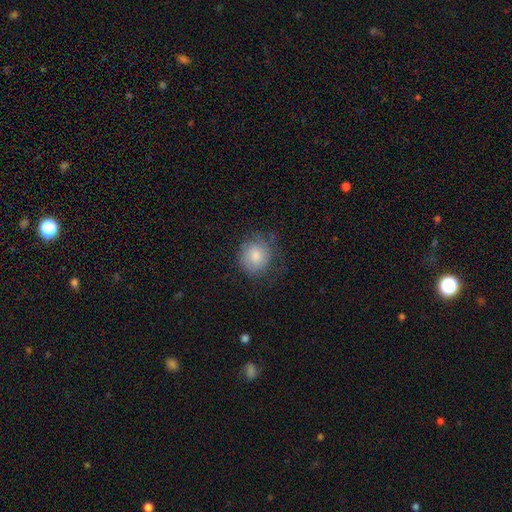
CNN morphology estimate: Smooth or featured: smooth — 76% (featured or disk — 16%)
How rounded: round — 83% (in between — 17%)
Merging: none — 65% (minor disturbance — 22%)